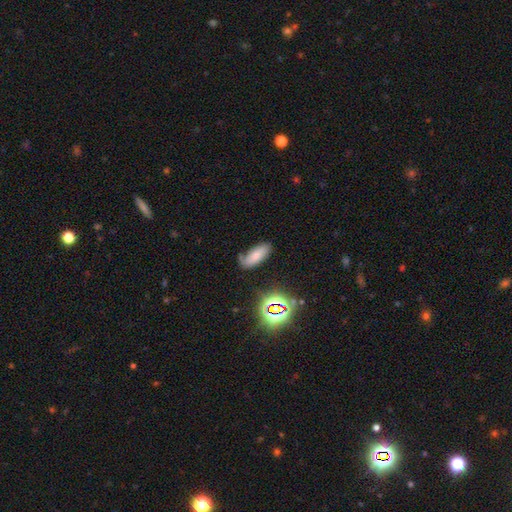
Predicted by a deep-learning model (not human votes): Morphology: type=smooth (70%); roundness=in between (80%); merging=none (66%).